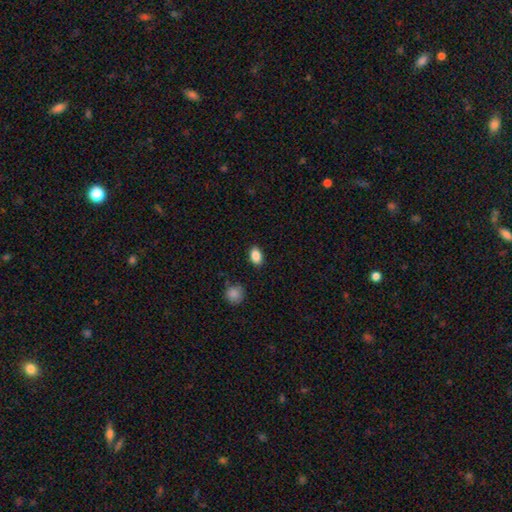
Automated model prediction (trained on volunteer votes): smooth_or_featured: smooth (p=0.87) [alt: star or artifact p=0.09]
how_rounded: in between (p=0.84) [alt: round p=0.14]
merging: none (p=0.86) [alt: minor disturbance p=0.10]